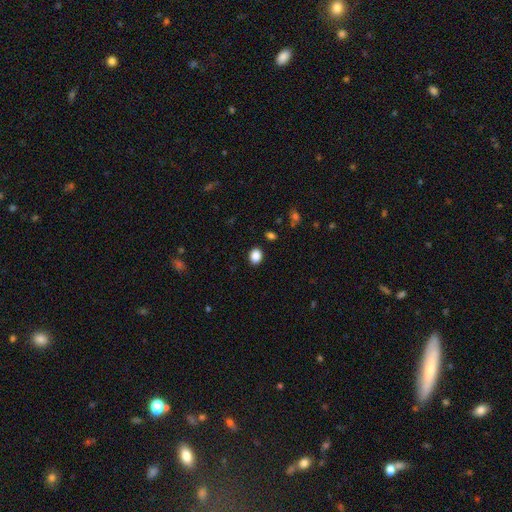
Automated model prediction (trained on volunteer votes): smooth-or-featured: smooth: 87% | star or artifact: 10% | featured or disk: 3%
  how-rounded: in between: 55% | round: 45% | cigar-shaped: 1%
  merging: none: 89% | minor disturbance: 7% | major disturbance: 2% | merger: 2%